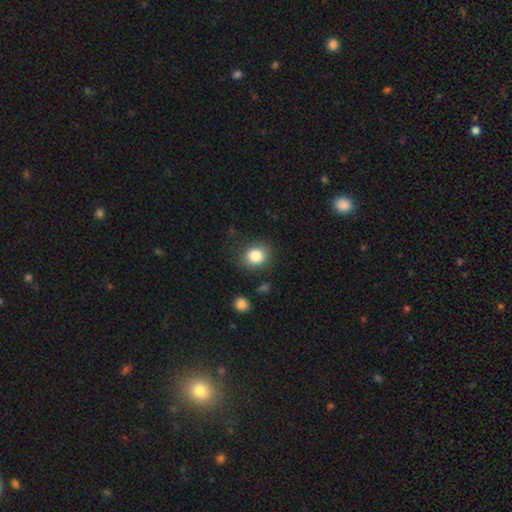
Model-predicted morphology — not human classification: smooth 85%, star or artifact 10%, featured or disk 6%. Down the decision tree: how rounded — round (74%); merging — none (80%).